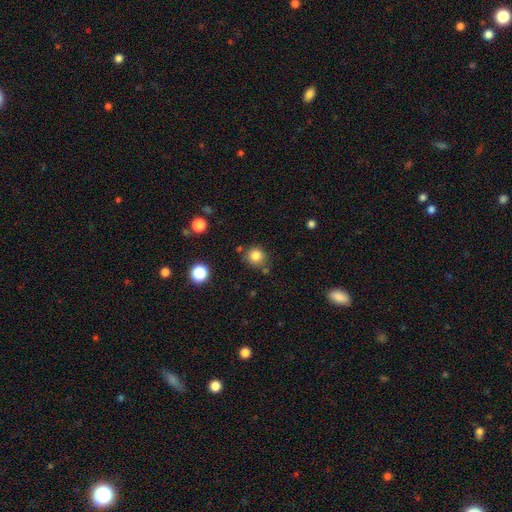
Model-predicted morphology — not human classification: Smooth or featured? smooth (82%)
How rounded? round (88%)
Merging? none (78%)